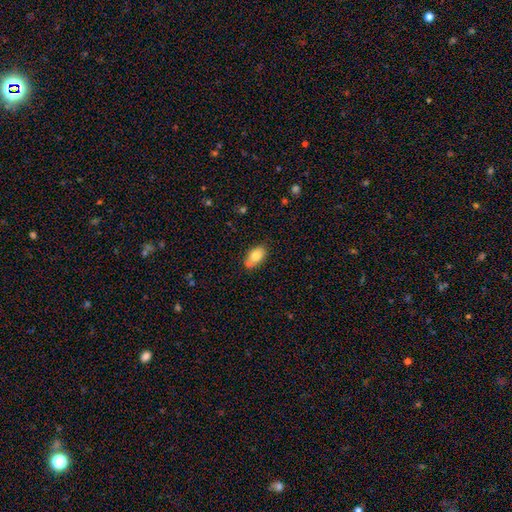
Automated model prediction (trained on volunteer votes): smooth-or-featured: smooth: 79% | featured or disk: 13% | star or artifact: 8%
  how-rounded: in between: 87% | round: 11% | cigar-shaped: 2%
  merging: none: 61% | merger: 19% | minor disturbance: 17% | major disturbance: 4%